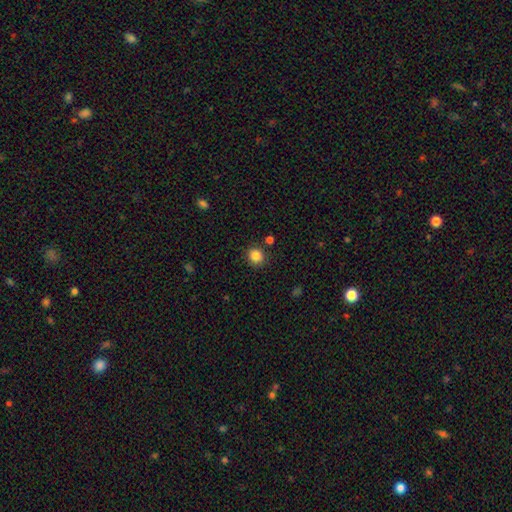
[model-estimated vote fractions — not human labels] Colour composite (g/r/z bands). It shows a smooth galaxy with no disk features (85%) that is round (90%). Merging: none (87%).